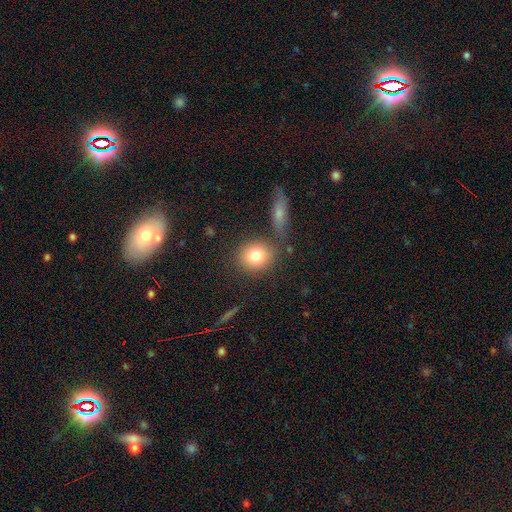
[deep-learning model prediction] This appears to be a smooth galaxy with no disk features (82%) that is round (76%). Merging: none (75%).